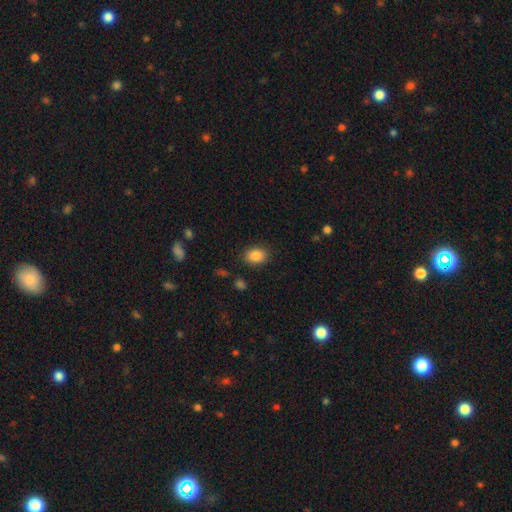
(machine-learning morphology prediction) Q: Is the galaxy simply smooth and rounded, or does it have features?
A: smooth — 86%.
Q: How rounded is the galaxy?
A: in between — 67%.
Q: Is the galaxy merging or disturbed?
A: none — 86%.